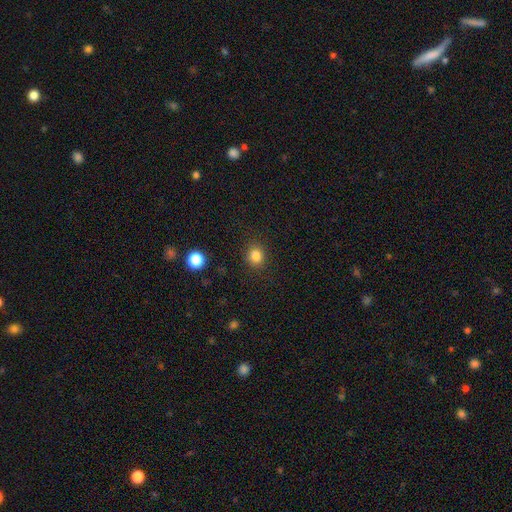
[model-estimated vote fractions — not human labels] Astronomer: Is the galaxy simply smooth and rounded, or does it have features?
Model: smooth — 83%.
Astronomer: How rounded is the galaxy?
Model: round — 77%.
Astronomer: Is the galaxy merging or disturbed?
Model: none — 87%.